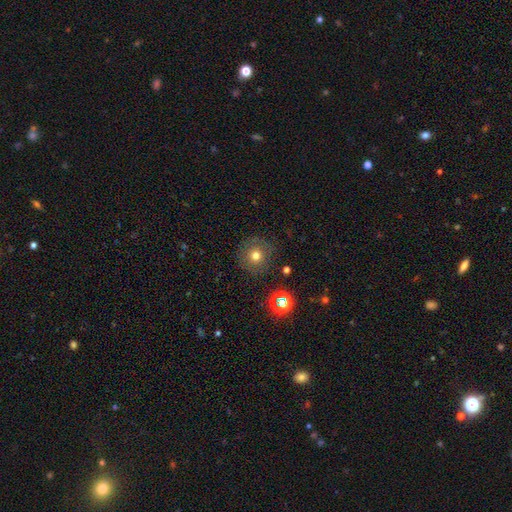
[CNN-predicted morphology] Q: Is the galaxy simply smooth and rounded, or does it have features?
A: smooth — 69%.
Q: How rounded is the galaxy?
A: round — 94%.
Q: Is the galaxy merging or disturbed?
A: none — 86%.